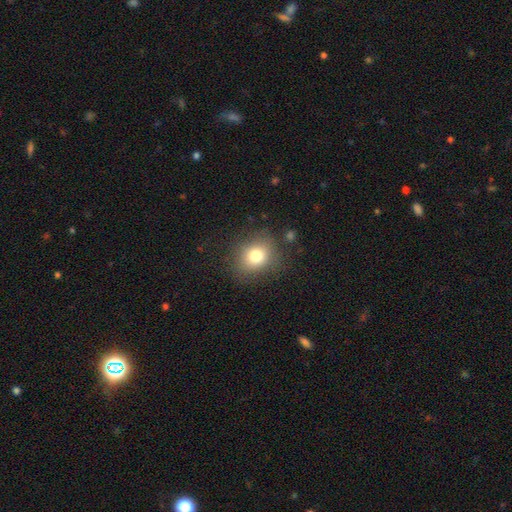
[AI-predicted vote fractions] smooth-or-featured: smooth: 78% | star or artifact: 12% | featured or disk: 10%
  how-rounded: round: 65% | in between: 34% | cigar-shaped: 1%
  merging: none: 81% | minor disturbance: 12% | major disturbance: 5% | merger: 2%